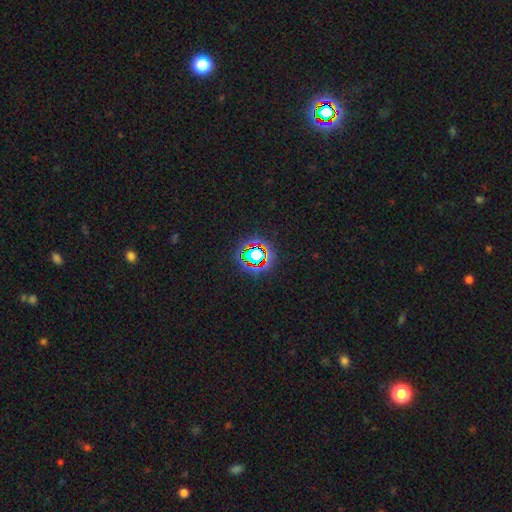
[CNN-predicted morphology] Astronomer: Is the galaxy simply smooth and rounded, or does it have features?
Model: star or artifact — 63%.